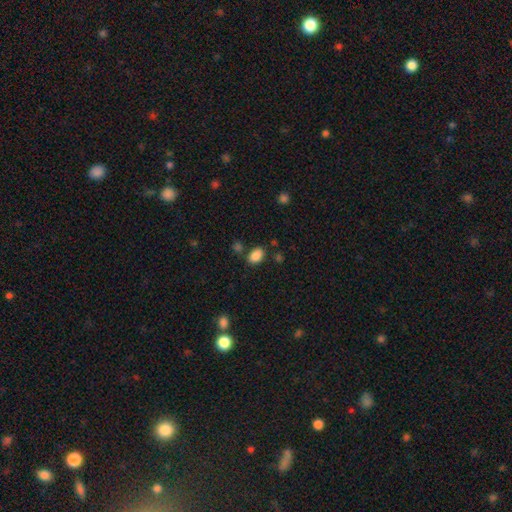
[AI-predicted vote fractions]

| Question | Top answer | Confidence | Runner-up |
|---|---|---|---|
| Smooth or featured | smooth | 87% | star or artifact (10%) |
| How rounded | in between | 80% | round (19%) |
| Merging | none | 76% | minor disturbance (13%) |